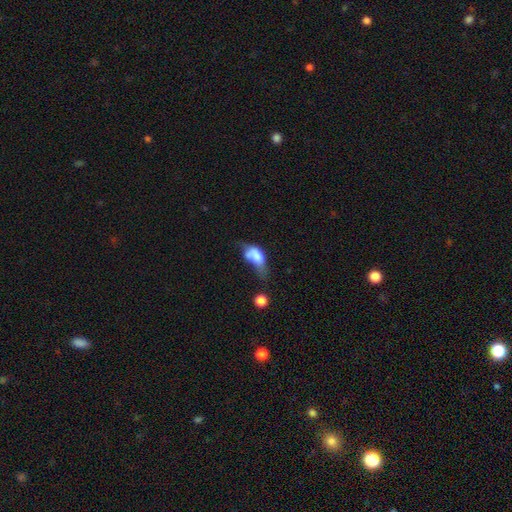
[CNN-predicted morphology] smooth-or-featured: smooth: 66% | featured or disk: 24% | star or artifact: 10%
  how-rounded: in between: 84% | round: 10% | cigar-shaped: 6%
  merging: major disturbance: 39% | minor disturbance: 24% | merger: 23% | none: 15%